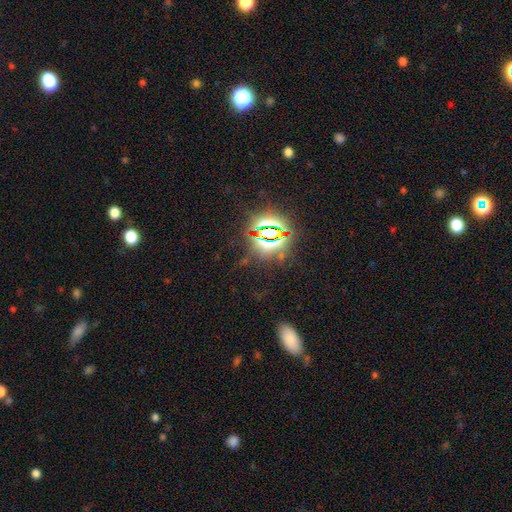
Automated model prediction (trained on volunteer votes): Smooth or featured? Predicted: star or artifact (p=0.76).